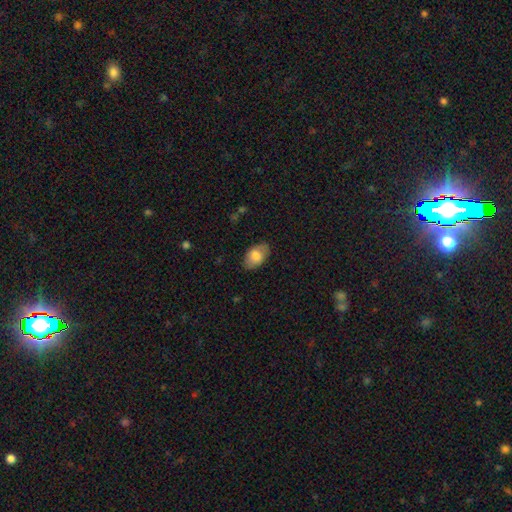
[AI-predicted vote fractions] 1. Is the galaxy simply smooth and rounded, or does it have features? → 76% smooth, 18% featured or disk, 6% star or artifact.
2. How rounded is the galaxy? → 92% in between, 7% round, 1% cigar-shaped.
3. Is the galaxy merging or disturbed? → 82% none, 14% minor disturbance, 3% major disturbance, 1% merger.